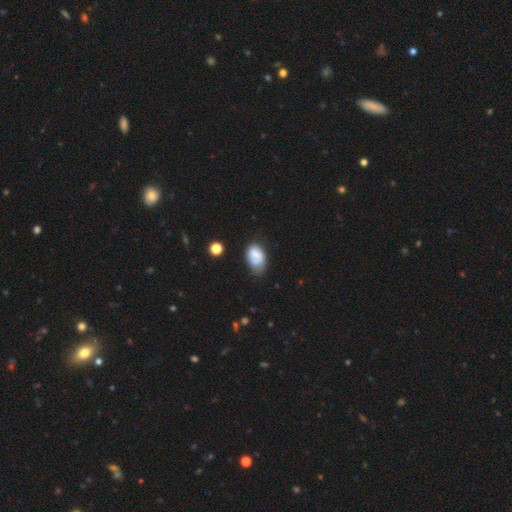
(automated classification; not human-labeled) This appears to be a smooth galaxy with no disk features (66%) that is in between round and cigar-shaped (88%). Merging: none (47%).